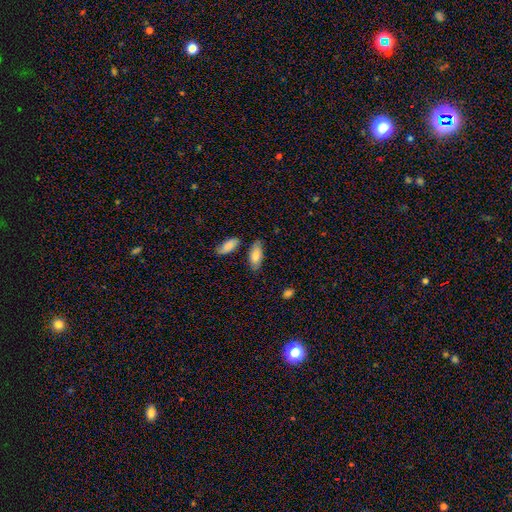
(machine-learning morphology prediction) Smooth or featured? smooth (82%)
How rounded? in between (86%)
Merging? none (76%)